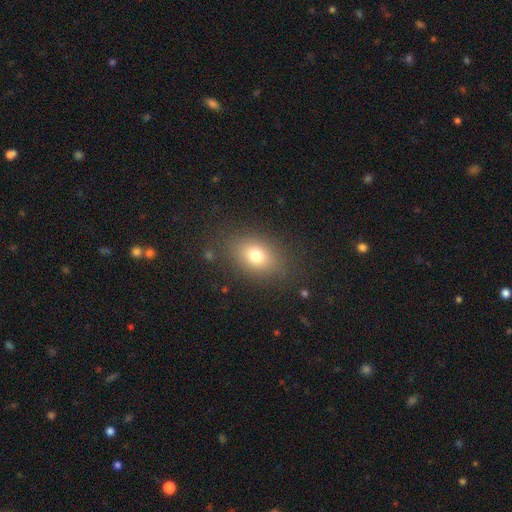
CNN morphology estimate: A smooth galaxy with no disk features (74%) that is in between round and cigar-shaped (71%).

Vote fractions:
- Smooth or featured? smooth: 74% / star or artifact: 13% / featured or disk: 12%
- How rounded? in between: 71% / round: 27% / cigar-shaped: 2%
- Merging? none: 83% / minor disturbance: 11% / major disturbance: 5% / merger: 1%